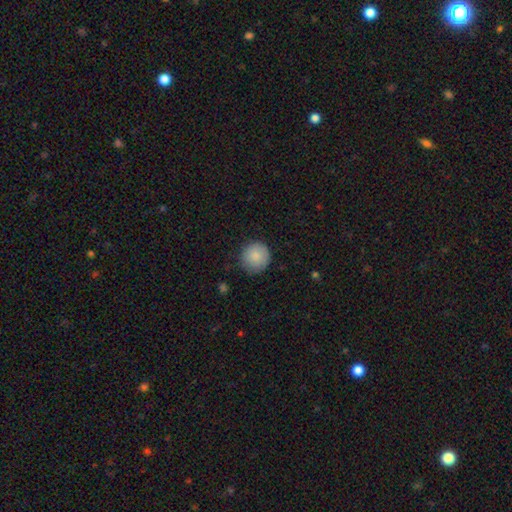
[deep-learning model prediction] smooth_or_featured: smooth (p=0.86) [alt: star or artifact p=0.07]
how_rounded: round (p=0.95) [alt: in between p=0.04]
merging: none (p=0.84) [alt: minor disturbance p=0.12]